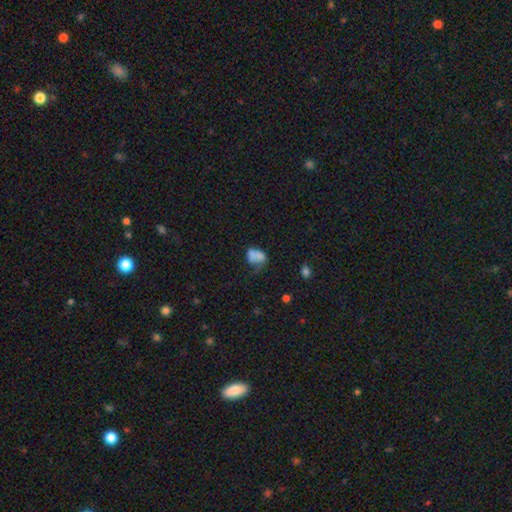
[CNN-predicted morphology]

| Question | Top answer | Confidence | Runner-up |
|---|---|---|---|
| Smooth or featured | smooth | 66% | featured or disk (22%) |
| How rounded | in between | 71% | round (27%) |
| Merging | merger | 27% | major disturbance (25%) |